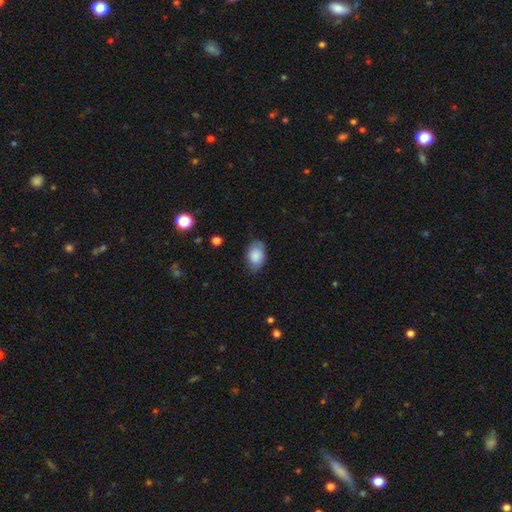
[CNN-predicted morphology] This is clearly a smooth galaxy (83%). How rounded: clearly in between (89%). Merging: likely none (73%).